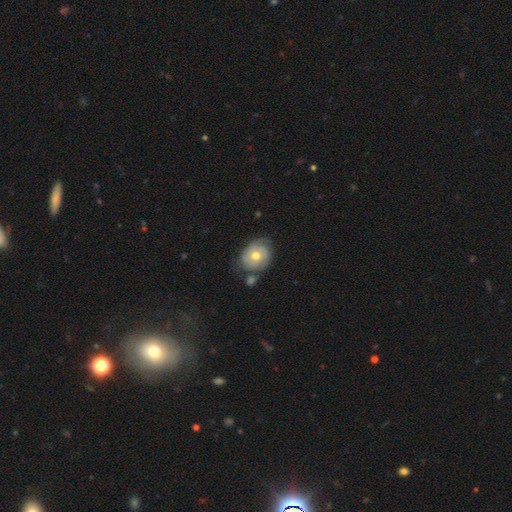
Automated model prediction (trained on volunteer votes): Morphology: type=featured or disk (61%); edge-on=no (97%); bar=no (80%); spiral arms=yes (80%); bulge=moderate (78%); merging=none (61%).